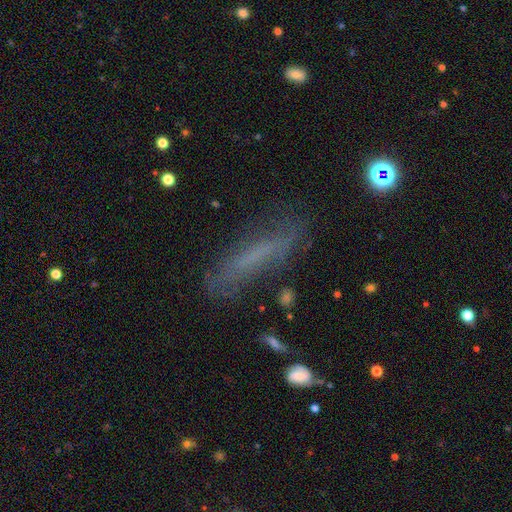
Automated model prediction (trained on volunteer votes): Smooth or featured? Predicted: smooth (p=0.49). Merging? Predicted: none (p=0.73).